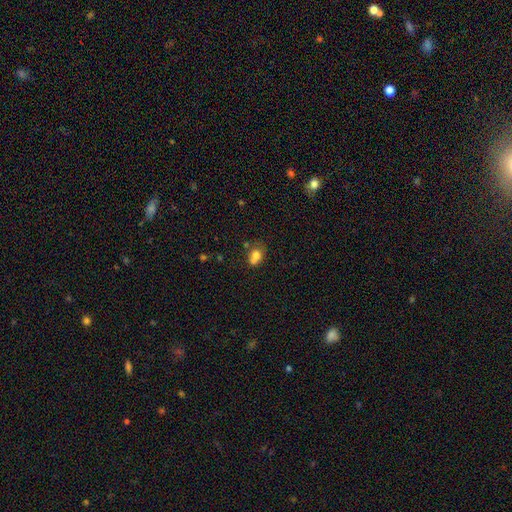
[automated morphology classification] A smooth galaxy with no disk features (73%) that is in between round and cigar-shaped (53%). Merging: merger (40%).